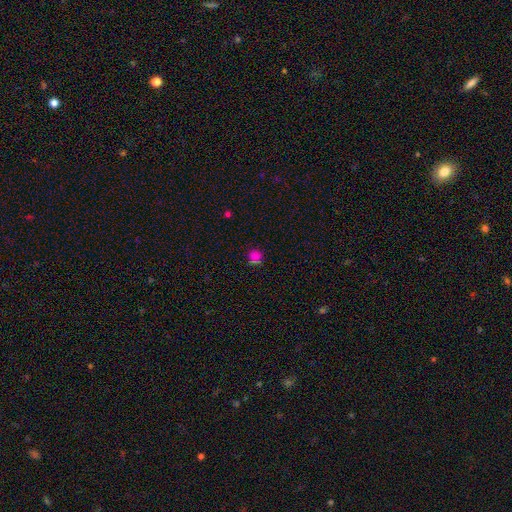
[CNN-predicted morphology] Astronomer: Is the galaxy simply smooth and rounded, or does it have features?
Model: smooth — 66%.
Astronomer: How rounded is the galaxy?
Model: round — 90%.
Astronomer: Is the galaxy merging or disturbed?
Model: none — 81%.